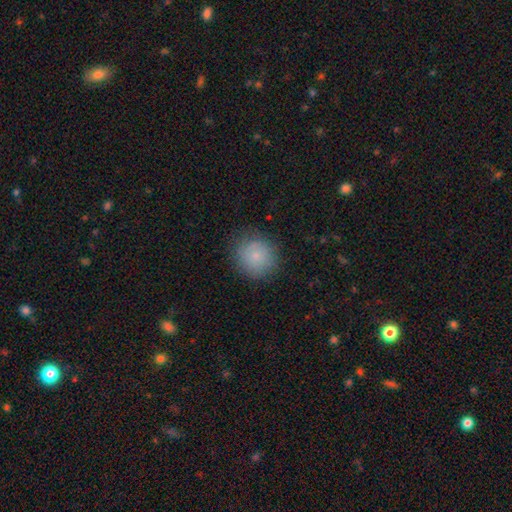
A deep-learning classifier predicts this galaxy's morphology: smooth-or-featured: smooth: 82% | featured or disk: 9% | star or artifact: 8%
  how-rounded: round: 89% | in between: 10% | cigar-shaped: 1%
  merging: none: 80% | minor disturbance: 15% | major disturbance: 5% | merger: 1%